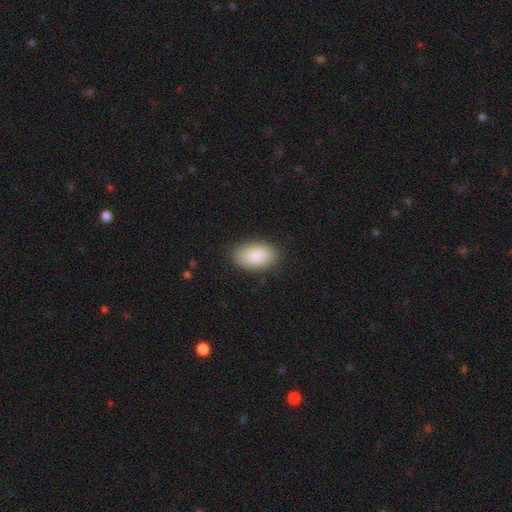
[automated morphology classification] smooth_or_featured: smooth (p=0.88) [alt: star or artifact p=0.06]
how_rounded: in between (p=0.94) [alt: round p=0.05]
merging: none (p=0.86) [alt: minor disturbance p=0.10]